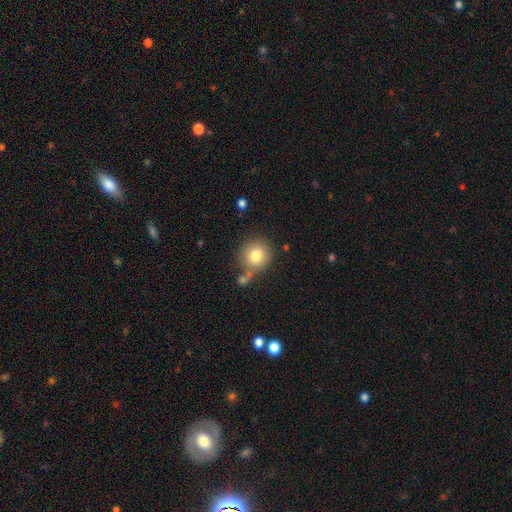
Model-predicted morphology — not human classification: The model was most divided on "merging": none: 69%, minor disturbance: 14%, merger: 13%, major disturbance: 5%. More confident: how rounded — round (88%); smooth or featured — smooth (80%).